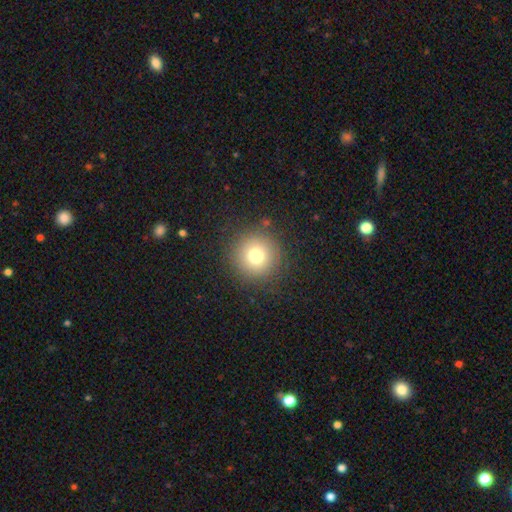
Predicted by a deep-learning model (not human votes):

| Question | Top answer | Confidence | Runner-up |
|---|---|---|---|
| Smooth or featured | smooth | 75% | star or artifact (14%) |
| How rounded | round | 96% | in between (4%) |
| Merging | none | 88% | minor disturbance (7%) |